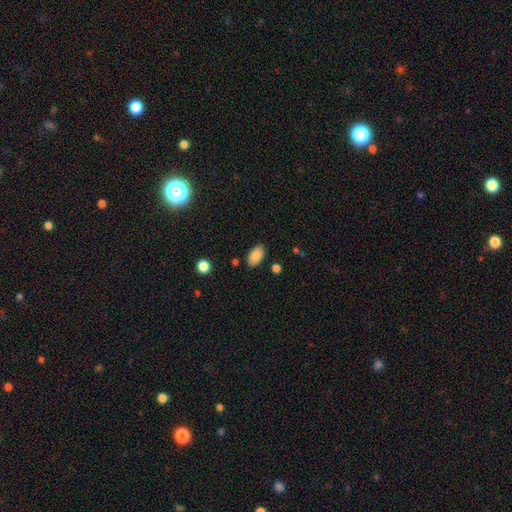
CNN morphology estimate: This appears to be a smooth galaxy with no disk features (87%) that is in between round and cigar-shaped (94%). Merging: none (85%).